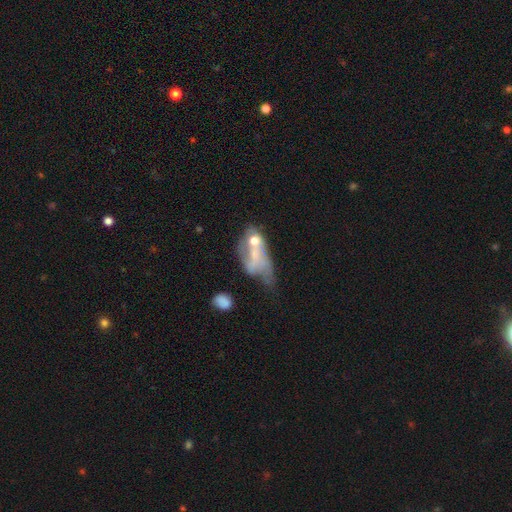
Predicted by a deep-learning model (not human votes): Smooth or featured? Predicted: featured or disk (p=0.49). Merging? Predicted: major disturbance (p=0.36).